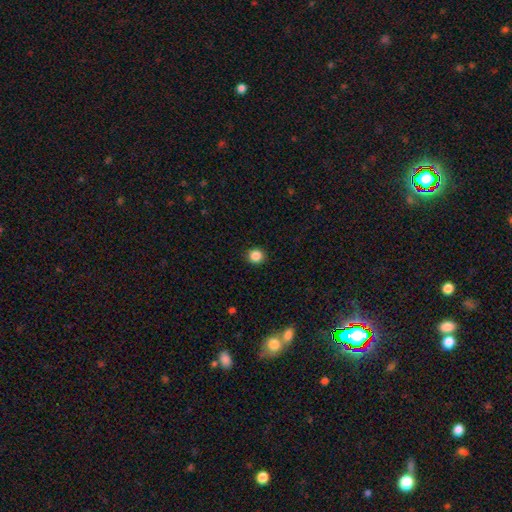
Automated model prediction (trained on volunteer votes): The model was most divided on "smooth or featured": smooth: 86%, star or artifact: 11%, featured or disk: 3%. More confident: merging — none (92%); how rounded — round (90%).